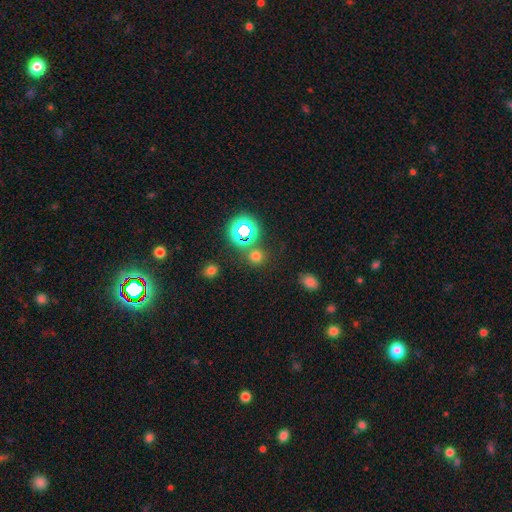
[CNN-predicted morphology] Smooth or featured: smooth — 64% (star or artifact — 30%)
How rounded: round — 89% (in between — 10%)
Merging: none — 79% (merger — 9%)